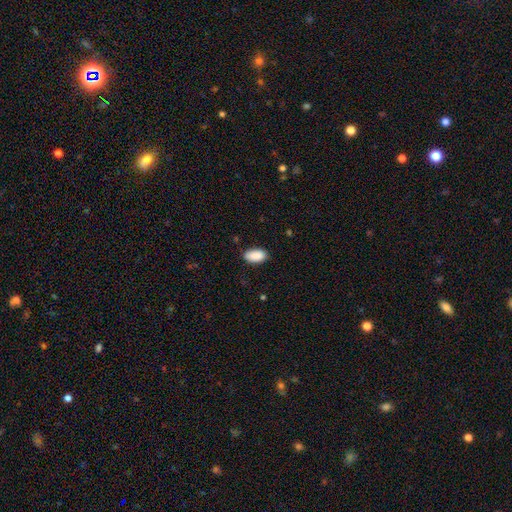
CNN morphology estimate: Smooth or featured: smooth — 90% (star or artifact — 7%)
How rounded: in between — 94% (cigar-shaped — 3%)
Merging: none — 83% (minor disturbance — 14%)